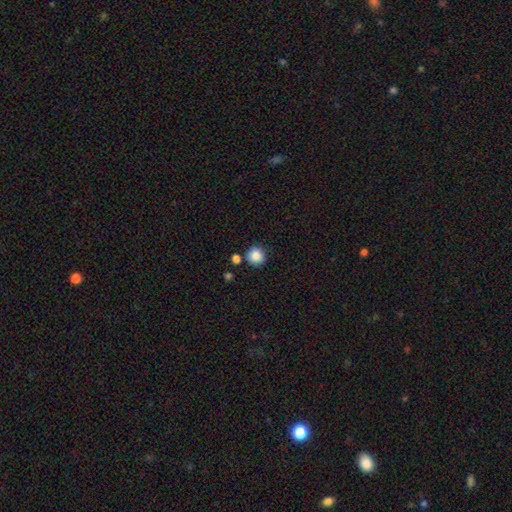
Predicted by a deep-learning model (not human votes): A smooth galaxy with no disk features (86%) that is round (93%).

Vote fractions:
- Smooth or featured? smooth: 86% / star or artifact: 10% / featured or disk: 4%
- How rounded? round: 93% / in between: 6% / cigar-shaped: 1%
- Merging? none: 82% / minor disturbance: 9% / merger: 7% / major disturbance: 2%